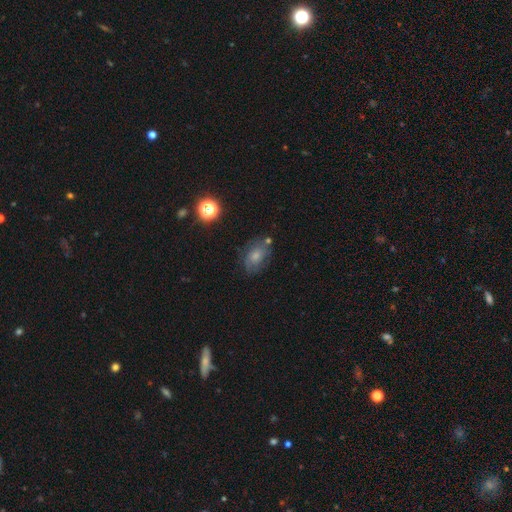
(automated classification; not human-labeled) A smooth galaxy with no disk features (53%) that is in between round and cigar-shaped (79%). Merging: none (62%).